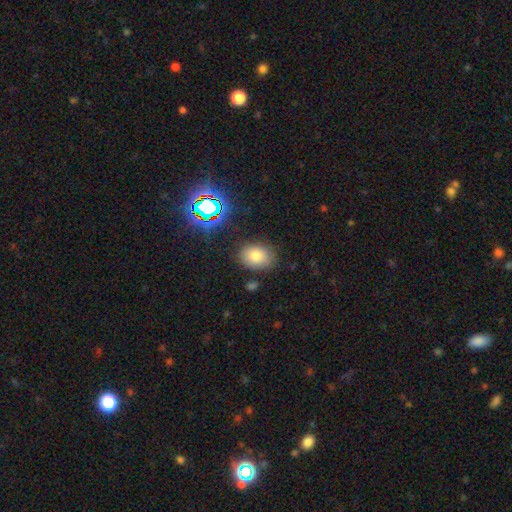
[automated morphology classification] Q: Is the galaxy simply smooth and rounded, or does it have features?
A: smooth — 76%.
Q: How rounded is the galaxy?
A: in between — 69%.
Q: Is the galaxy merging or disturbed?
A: none — 80%.